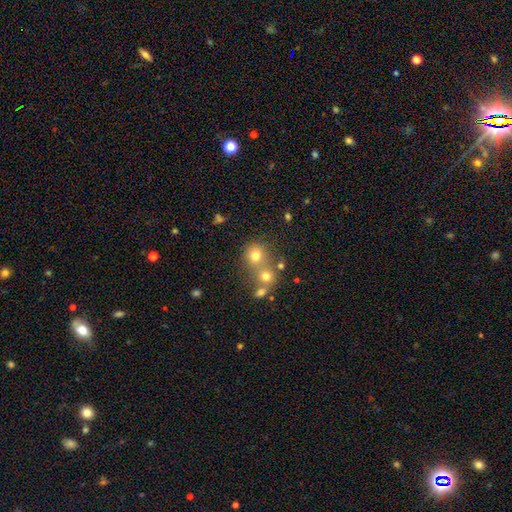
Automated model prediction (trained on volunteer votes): The model was most divided on "merging": none: 46%, merger: 43%, minor disturbance: 7%, major disturbance: 4%. More confident: how rounded — round (83%); smooth or featured — smooth (71%).